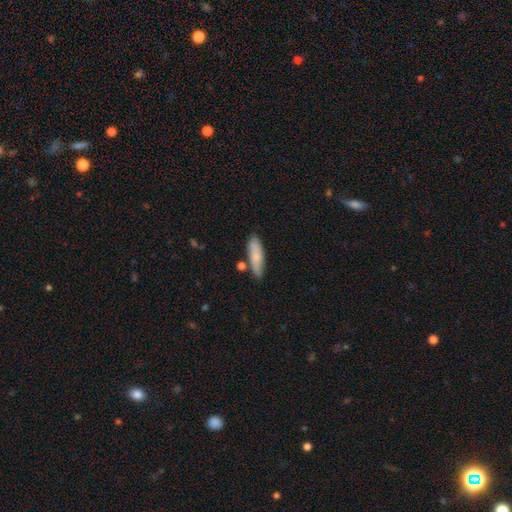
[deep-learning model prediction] The model was most divided on "how rounded": cigar-shaped: 52%, in between: 46%, round: 2%. More confident: smooth or featured — smooth (77%); merging — none (76%).